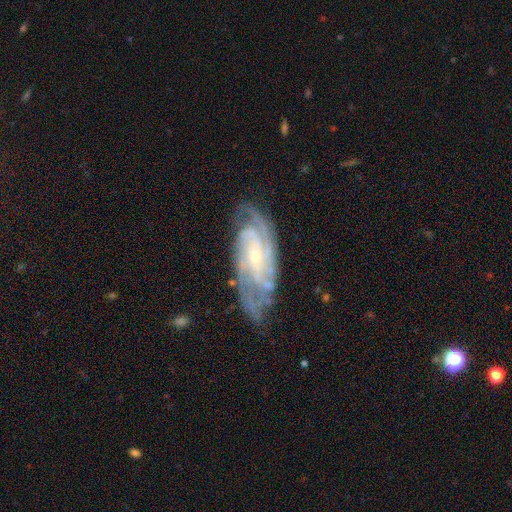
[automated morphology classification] A featured or disk galaxy (89%) with no bar (48%), 2 (29%) tight (64%) spiral arms (98%) and a small central bulge (70%). Merging: none (72%).